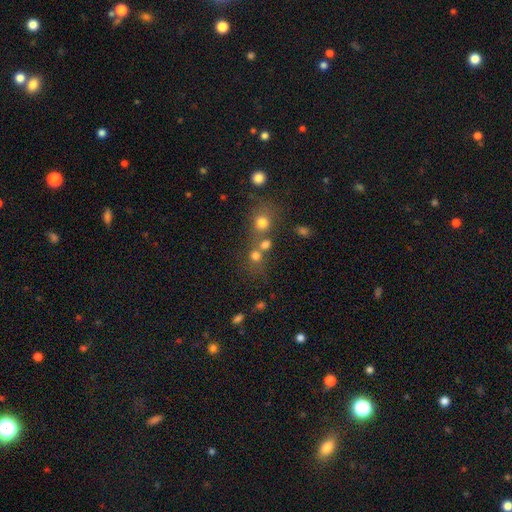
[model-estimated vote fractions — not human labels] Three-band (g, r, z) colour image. It shows a smooth galaxy with no disk features (70%) that is round (82%). Merging: none (46%).